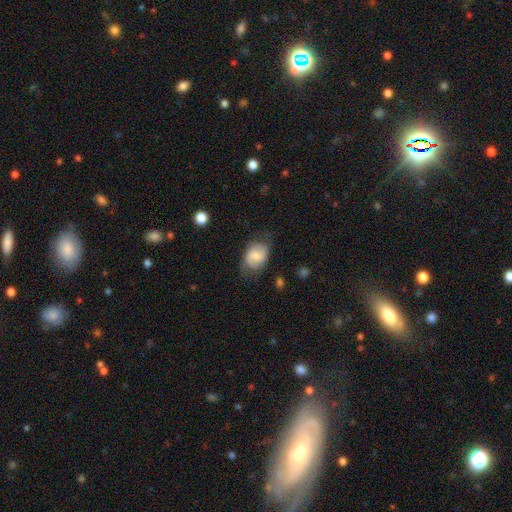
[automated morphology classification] A smooth galaxy with no disk features (71%) that is in between round and cigar-shaped (70%).

Vote fractions:
- Smooth or featured? smooth: 71% / featured or disk: 22% / star or artifact: 7%
- How rounded? in between: 70% / round: 29% / cigar-shaped: 1%
- Merging? none: 62% / minor disturbance: 27% / major disturbance: 10% / merger: 2%